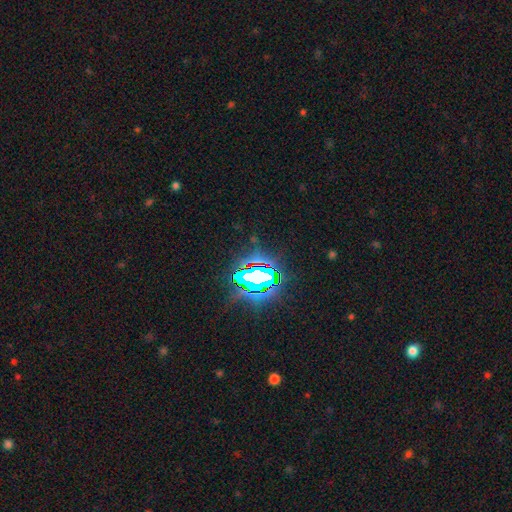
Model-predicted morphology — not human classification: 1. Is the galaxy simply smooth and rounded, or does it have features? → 78% star or artifact, 12% smooth, 10% featured or disk.